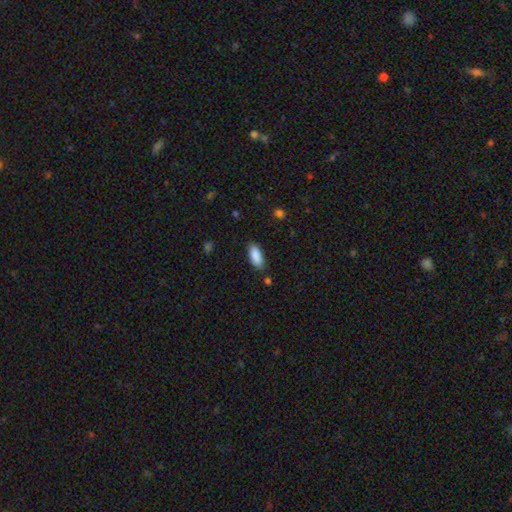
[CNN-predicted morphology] type=smooth (90%); roundness=in between (87%); merging=none (84%).